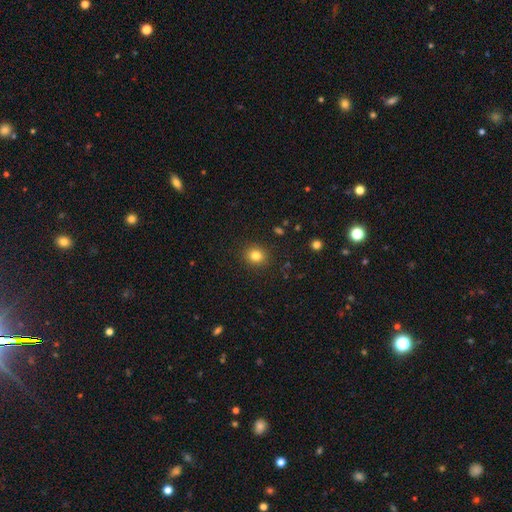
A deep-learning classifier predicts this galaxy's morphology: The model was most divided on "how rounded": round: 76%, in between: 23%, cigar-shaped: 1%. More confident: merging — none (90%); smooth or featured — smooth (81%).